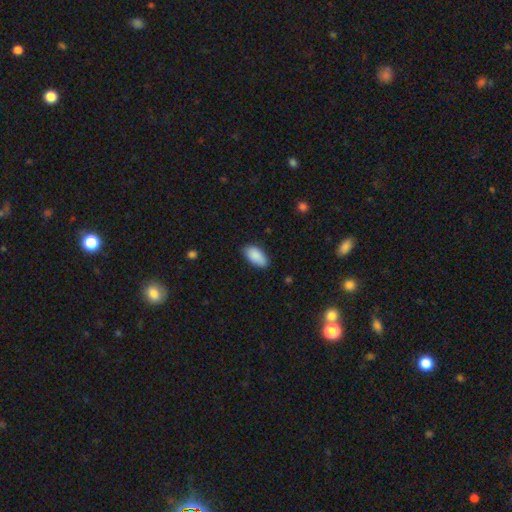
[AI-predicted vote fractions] Overall: smooth (89%). How rounded: in between (94%). Merging: none (81%).